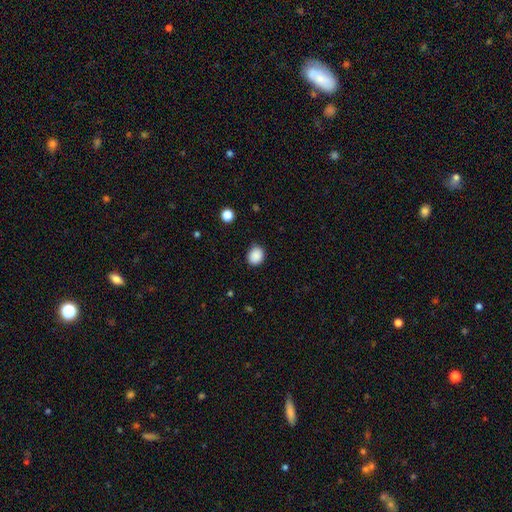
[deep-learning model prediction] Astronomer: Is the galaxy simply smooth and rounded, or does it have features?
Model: smooth — 88%.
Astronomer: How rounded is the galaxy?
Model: round — 64%.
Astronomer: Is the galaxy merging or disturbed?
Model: none — 83%.